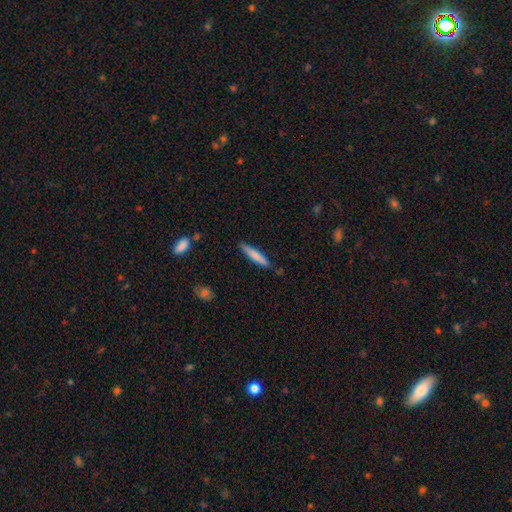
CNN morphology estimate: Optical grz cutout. It shows a smooth galaxy with no disk features (76%) that is cigar-shaped (91%). Merging: none (84%).